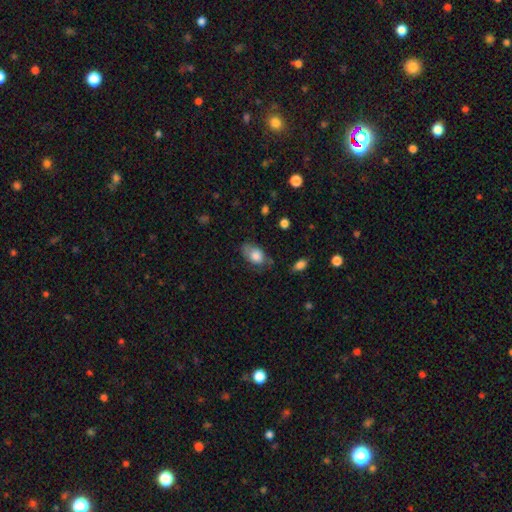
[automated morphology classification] Smooth or featured: smooth — 76% (featured or disk — 16%)
How rounded: in between — 84% (round — 14%)
Merging: none — 51% (minor disturbance — 32%)